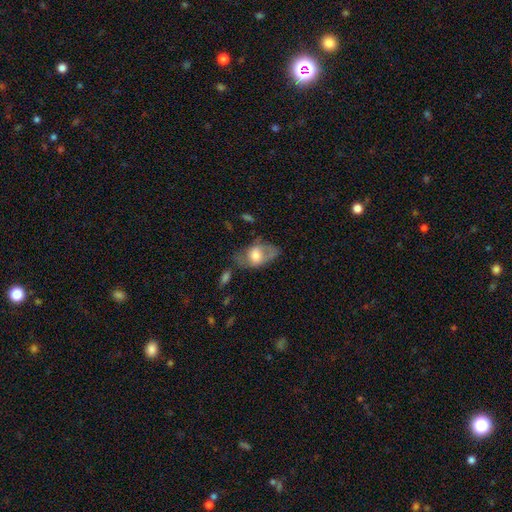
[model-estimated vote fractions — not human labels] Overall: smooth (58%; featured or disk 35%). How rounded: in between (85%). Merging: none (35%; minor disturbance 31%).